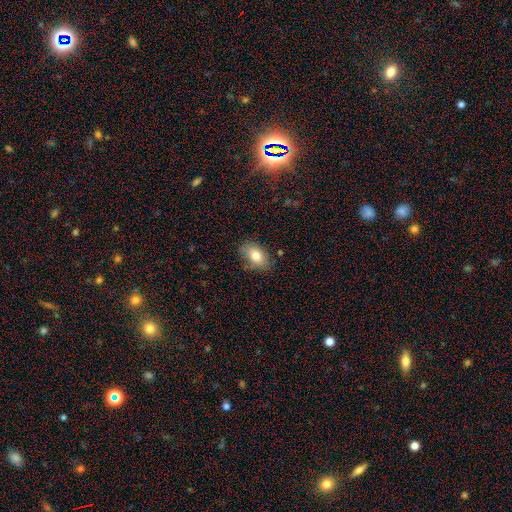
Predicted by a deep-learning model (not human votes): Morphology: type=smooth (78%); roundness=in between (87%); merging=none (74%).